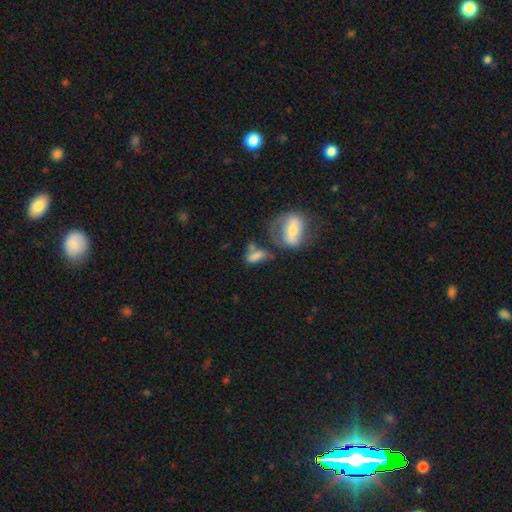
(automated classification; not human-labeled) Smooth or featured? smooth (64%)
How rounded? in between (72%)
Merging? none (31%)